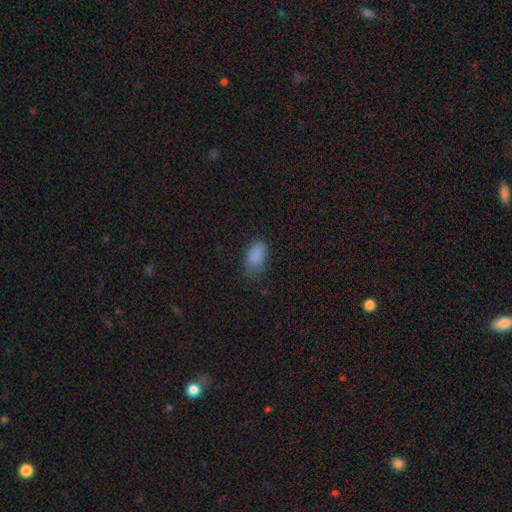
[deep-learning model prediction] The model was most divided on "merging": none: 68%, minor disturbance: 24%, major disturbance: 7%, merger: 1%. More confident: how rounded — in between (92%); smooth or featured — smooth (85%).